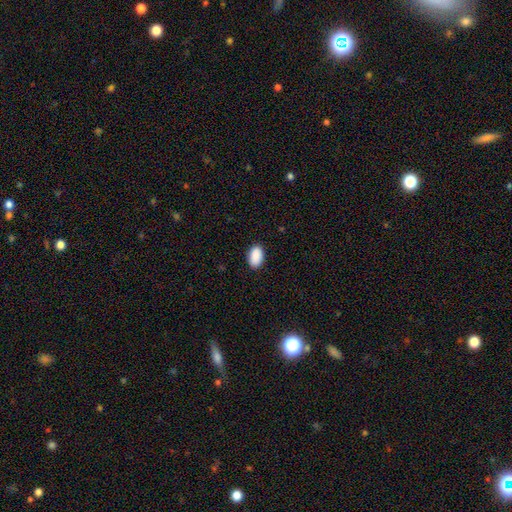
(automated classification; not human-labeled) This appears to be a smooth galaxy with no disk features (91%) that is in between round and cigar-shaped (93%). Merging: none (89%).